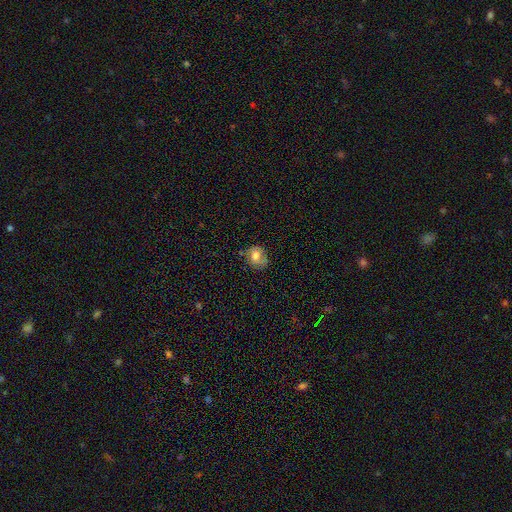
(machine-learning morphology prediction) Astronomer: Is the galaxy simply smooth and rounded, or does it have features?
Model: smooth — 67%.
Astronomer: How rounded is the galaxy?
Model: round — 66%.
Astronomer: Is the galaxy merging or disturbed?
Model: none — 62%.